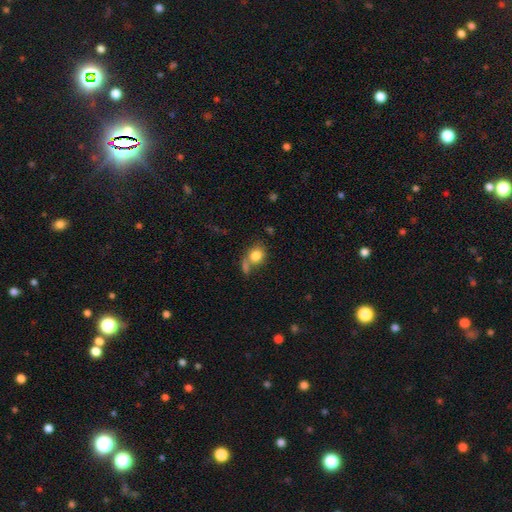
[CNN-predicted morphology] smooth_or_featured: smooth (p=0.82) [alt: star or artifact p=0.09]
how_rounded: round (p=0.63) [alt: in between p=0.35]
merging: none (p=0.50) [alt: merger p=0.27]